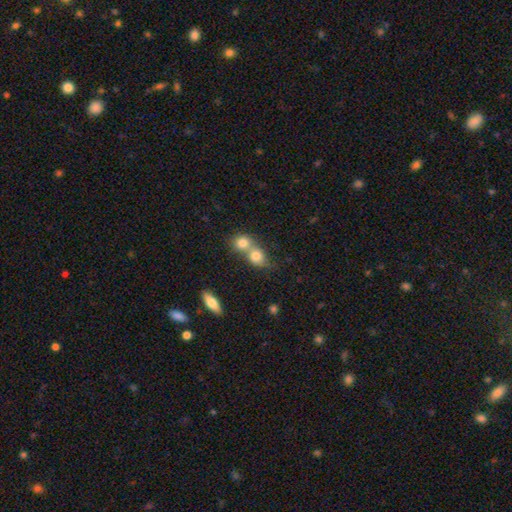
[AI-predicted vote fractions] Smooth or featured? smooth (78%)
How rounded? round (64%)
Merging? merger (68%)